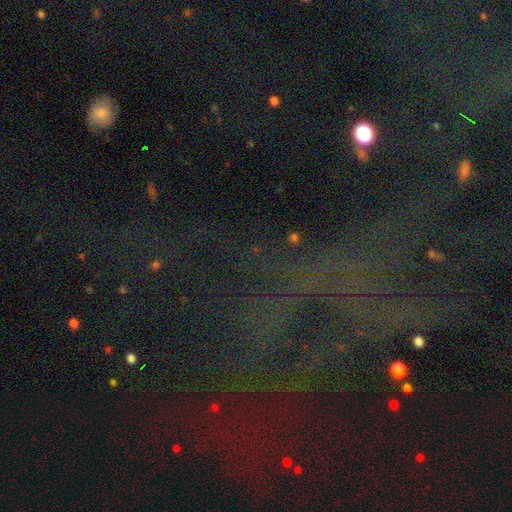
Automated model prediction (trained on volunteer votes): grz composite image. It shows a star or artifact, not a galaxy (73%).